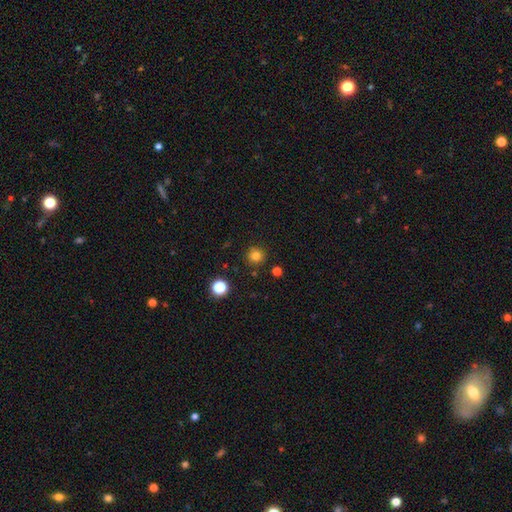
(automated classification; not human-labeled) A smooth galaxy with no disk features (80%) that is round (94%).

Vote fractions:
- Smooth or featured? smooth: 80% / star or artifact: 14% / featured or disk: 6%
- How rounded? round: 94% / in between: 5% / cigar-shaped: 1%
- Merging? none: 88% / minor disturbance: 7% / merger: 3% / major disturbance: 2%